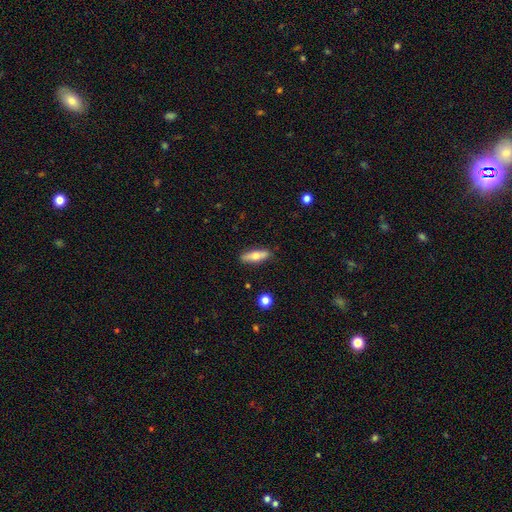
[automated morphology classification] A smooth galaxy with no disk features (59%) that is cigar-shaped (53%).

Vote fractions:
- Smooth or featured? smooth: 59% / featured or disk: 35% / star or artifact: 6%
- How rounded? cigar-shaped: 53% / in between: 44% / round: 3%
- Merging? none: 87% / minor disturbance: 9% / major disturbance: 2% / merger: 1%